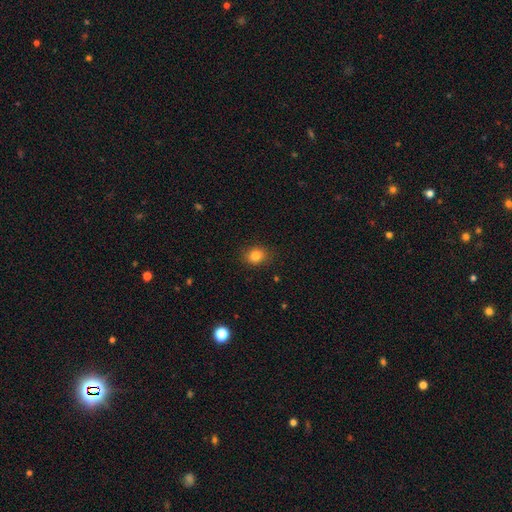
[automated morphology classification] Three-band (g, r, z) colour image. It shows a smooth galaxy with no disk features (83%) that is round (64%). Merging: none (87%).